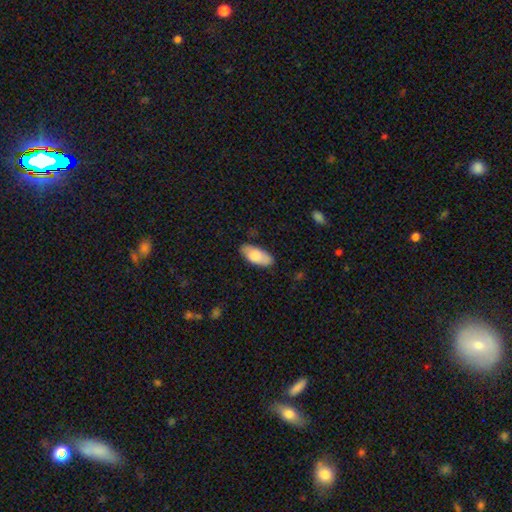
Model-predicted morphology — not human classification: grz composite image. It shows a smooth galaxy with no disk features (81%) that is in between round and cigar-shaped (88%). Merging: none (80%).